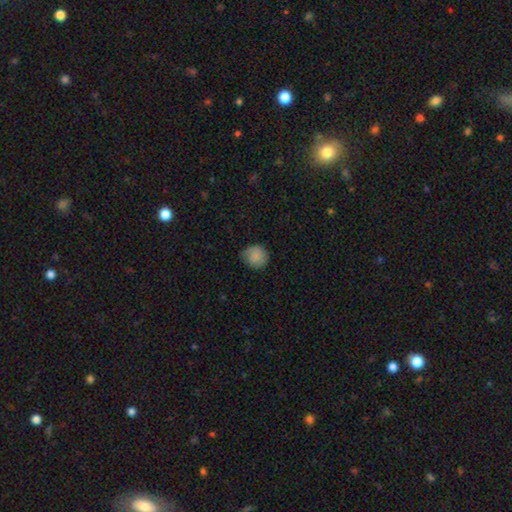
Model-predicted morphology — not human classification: A smooth galaxy with no disk features (85%) that is round (88%).

Vote fractions:
- Smooth or featured? smooth: 85% / featured or disk: 8% / star or artifact: 8%
- How rounded? round: 88% / in between: 11% / cigar-shaped: 1%
- Merging? none: 74% / minor disturbance: 21% / major disturbance: 4% / merger: 1%